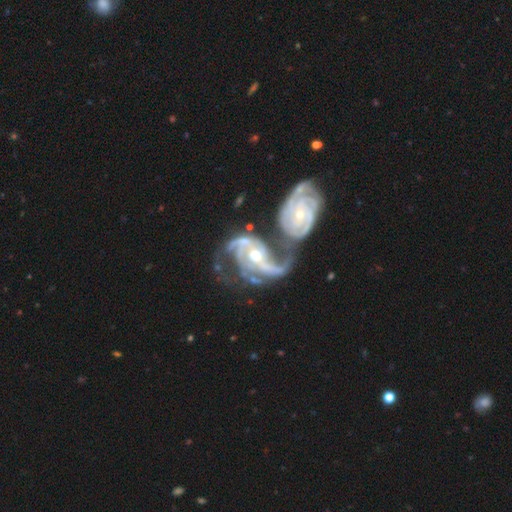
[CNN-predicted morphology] Smooth or featured? featured or disk (92%)
Edge-on disk? no (98%)
Bar? no (46%)
Spiral arms? yes (97%)
Spiral winding? medium (49%)
Spiral arm count? 2 (43%)
Bulge size? moderate (59%)
Merging? merger (65%)